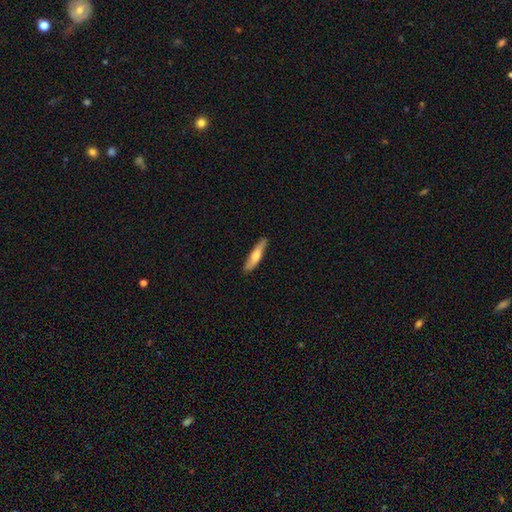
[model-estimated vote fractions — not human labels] Q: Smooth or featured?
A: smooth (63%); runner-up: featured or disk (32%)
Q: How rounded?
A: cigar-shaped (84%); runner-up: in between (15%)
Q: Merging?
A: none (86%); runner-up: minor disturbance (11%)